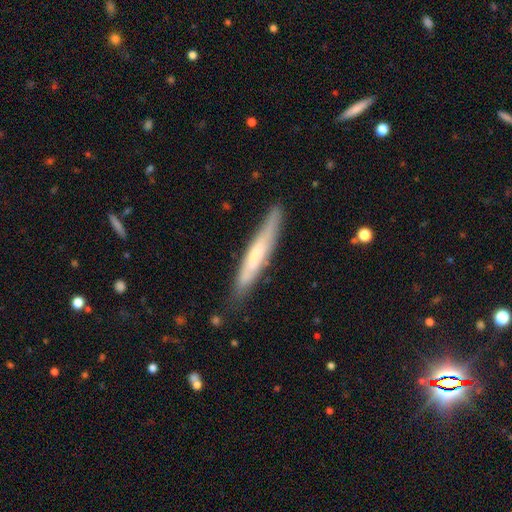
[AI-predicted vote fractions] Overall: smooth (54%; featured or disk 41%). How rounded: cigar-shaped (93%). Merging: none (80%).